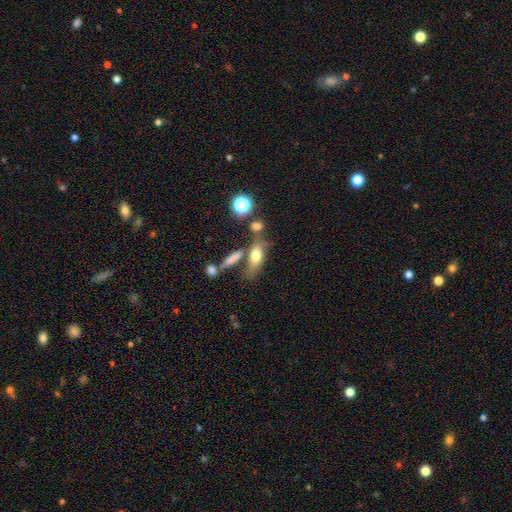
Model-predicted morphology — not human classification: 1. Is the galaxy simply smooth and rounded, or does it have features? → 66% smooth, 24% featured or disk, 11% star or artifact.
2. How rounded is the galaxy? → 61% in between, 31% cigar-shaped, 8% round.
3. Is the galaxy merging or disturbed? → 49% none, 27% merger, 15% minor disturbance, 9% major disturbance.